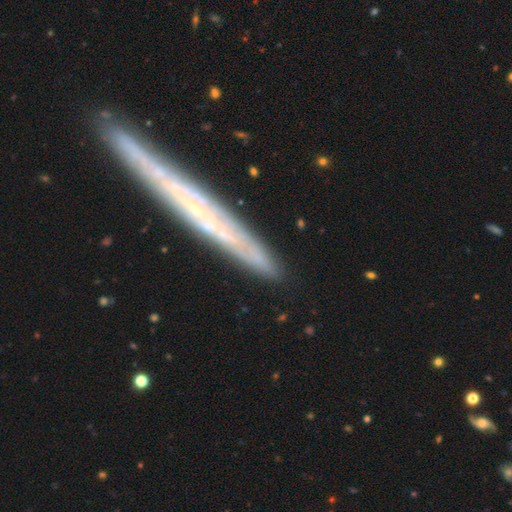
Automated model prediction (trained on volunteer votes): The model was most divided on "smooth or featured": featured or disk: 46%, smooth: 41%, star or artifact: 13%. More confident: merging — none (79%).